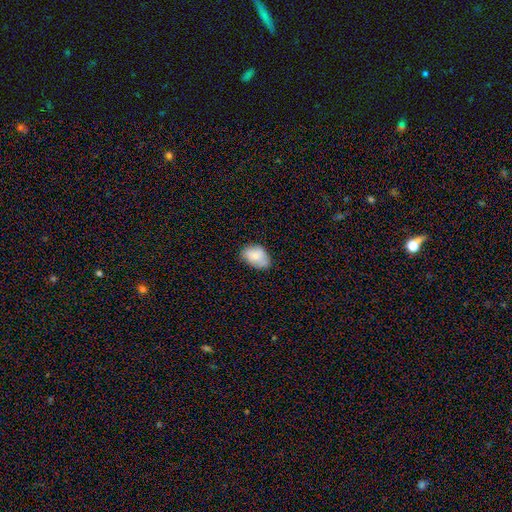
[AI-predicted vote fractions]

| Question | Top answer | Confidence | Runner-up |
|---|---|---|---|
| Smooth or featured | smooth | 79% | featured or disk (14%) |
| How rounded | in between | 86% | round (13%) |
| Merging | none | 72% | minor disturbance (23%) |